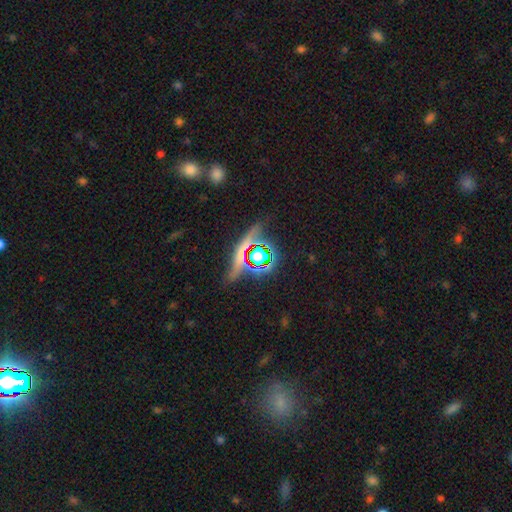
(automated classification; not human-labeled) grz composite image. It shows a star or artifact, not a galaxy (49%).